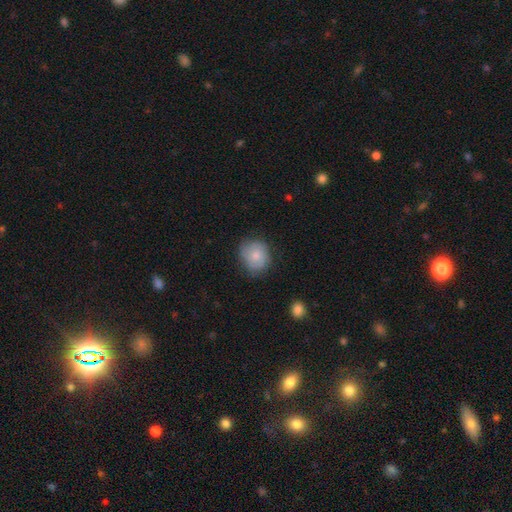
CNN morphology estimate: A smooth galaxy with no disk features (76%) that is round (74%). Merging: none (70%).